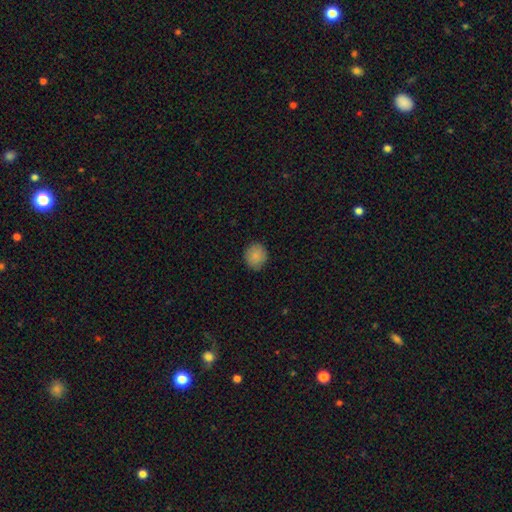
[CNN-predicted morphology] type=smooth (86%); roundness=round (86%); merging=none (87%).